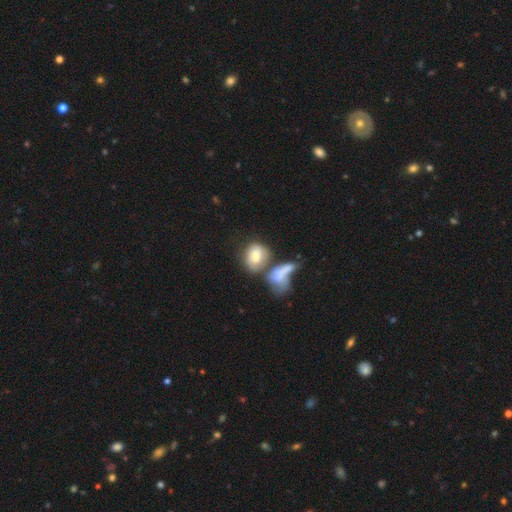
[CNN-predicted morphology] A smooth galaxy with no disk features (70%) that is in between round and cigar-shaped (59%).

Vote fractions:
- Smooth or featured? smooth: 70% / featured or disk: 21% / star or artifact: 9%
- How rounded? in between: 59% / round: 38% / cigar-shaped: 3%
- Merging? merger: 48% / none: 28% / minor disturbance: 13% / major disturbance: 11%